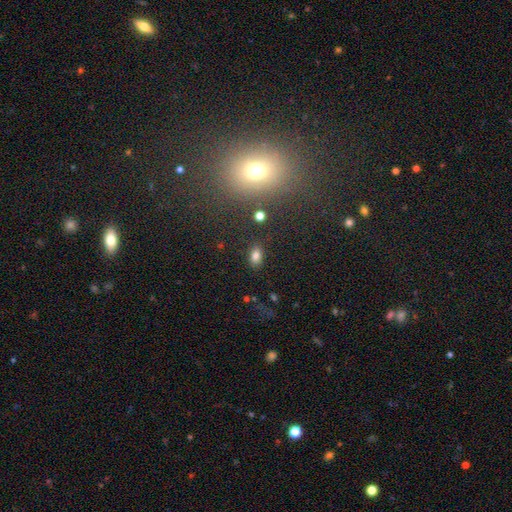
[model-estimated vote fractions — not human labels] Overall: smooth (80%). How rounded: in between (84%). Merging: none (82%).